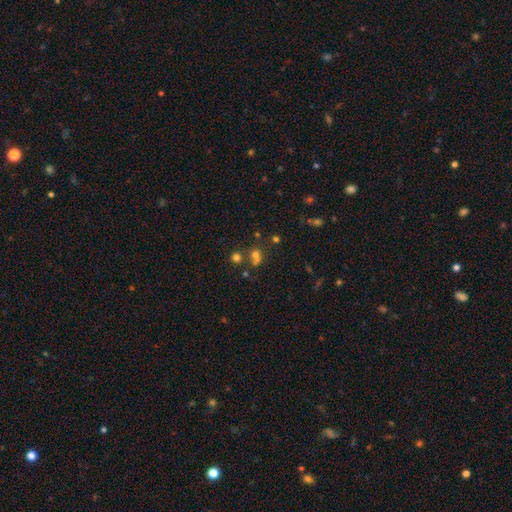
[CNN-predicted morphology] A smooth galaxy with no disk features (60%) that is round (79%). Merging: none (49%).